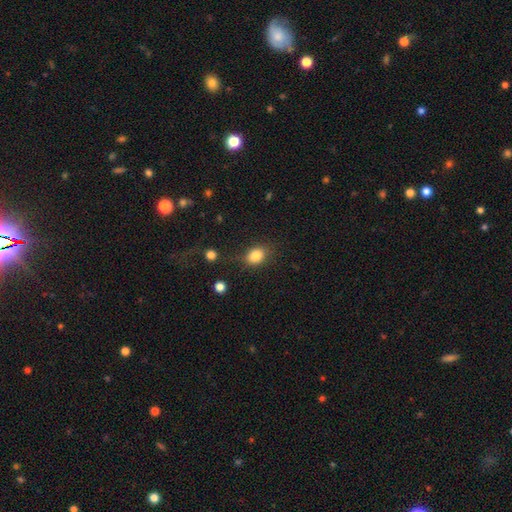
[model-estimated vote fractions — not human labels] smooth_or_featured: smooth (p=0.82) [alt: star or artifact p=0.10]
how_rounded: in between (p=0.56) [alt: round p=0.42]
merging: none (p=0.73) [alt: minor disturbance p=0.18]